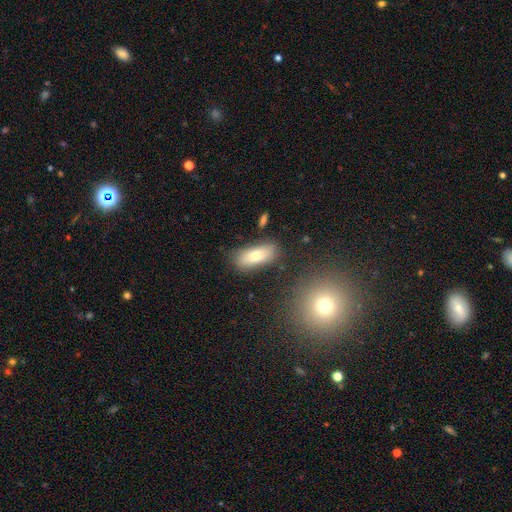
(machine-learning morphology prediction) This appears to be a smooth galaxy with no disk features (77%) that is in between round and cigar-shaped (78%). Merging: none (75%).